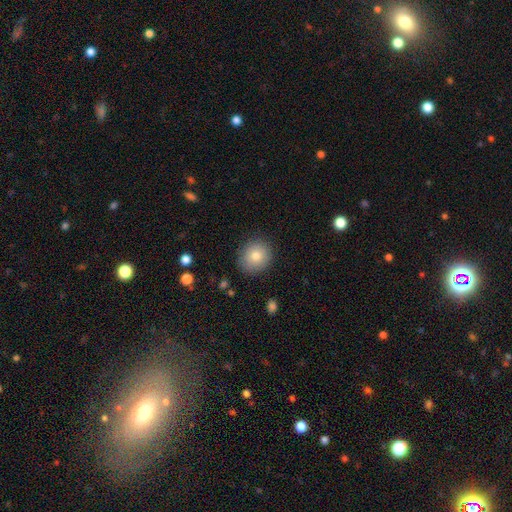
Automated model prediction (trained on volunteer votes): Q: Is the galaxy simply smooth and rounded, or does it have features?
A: smooth — 80%.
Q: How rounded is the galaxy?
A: round — 82%.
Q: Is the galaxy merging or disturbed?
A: none — 87%.